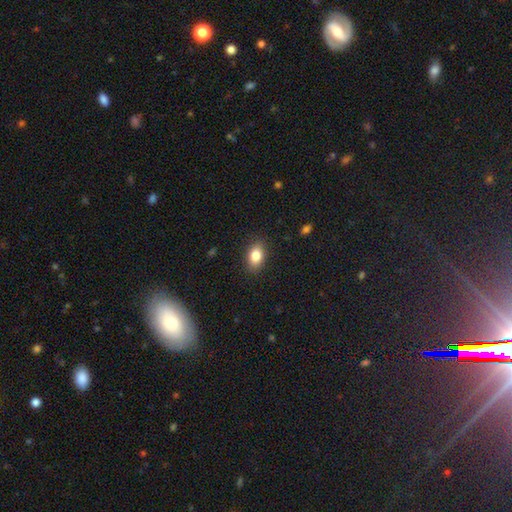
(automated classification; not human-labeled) The model was most divided on "how rounded": in between: 85%, round: 13%, cigar-shaped: 2%. More confident: merging — none (87%); smooth or featured — smooth (84%).